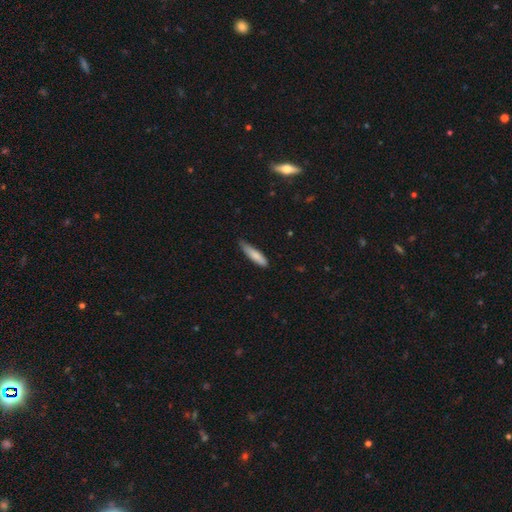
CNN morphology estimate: This is likely a smooth galaxy (80%). How rounded: likely cigar-shaped (79%). Merging: likely none (65%).